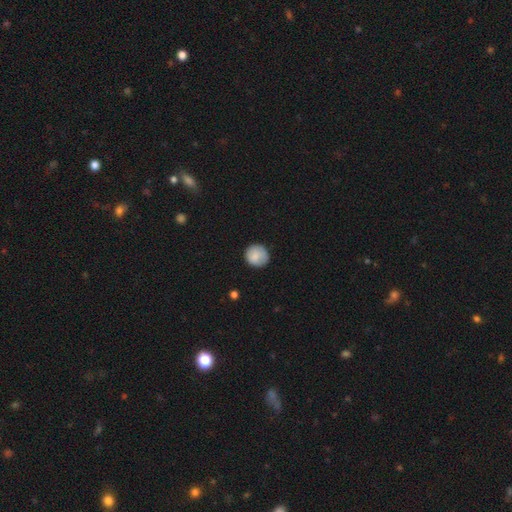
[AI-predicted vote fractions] Smooth or featured?
  - smooth: 85% *
  - featured or disk: 9%
  - star or artifact: 7%
How rounded?
  - round: 92% *
  - in between: 7%
  - cigar-shaped: 1%
Merging?
  - none: 82% *
  - minor disturbance: 14%
  - major disturbance: 3%
  - merger: 1%